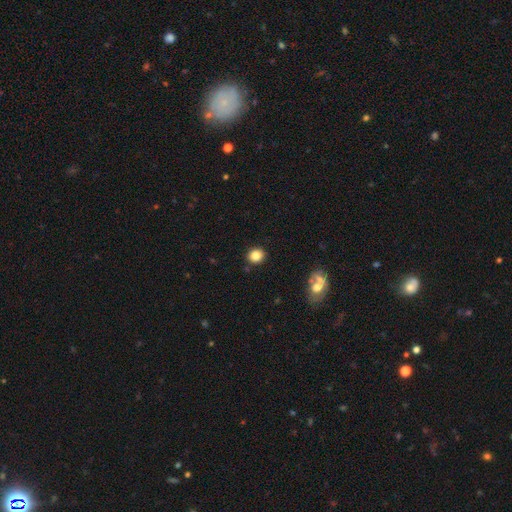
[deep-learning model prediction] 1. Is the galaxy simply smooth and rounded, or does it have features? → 84% smooth, 11% star or artifact, 5% featured or disk.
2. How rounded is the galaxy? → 84% round, 15% in between, 1% cigar-shaped.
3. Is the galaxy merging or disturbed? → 90% none, 6% minor disturbance, 2% merger, 2% major disturbance.